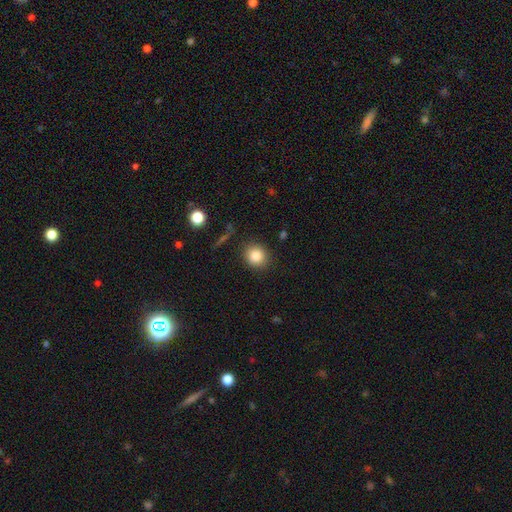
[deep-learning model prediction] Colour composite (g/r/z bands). It shows a smooth galaxy with no disk features (85%) that is round (86%). Merging: none (88%).